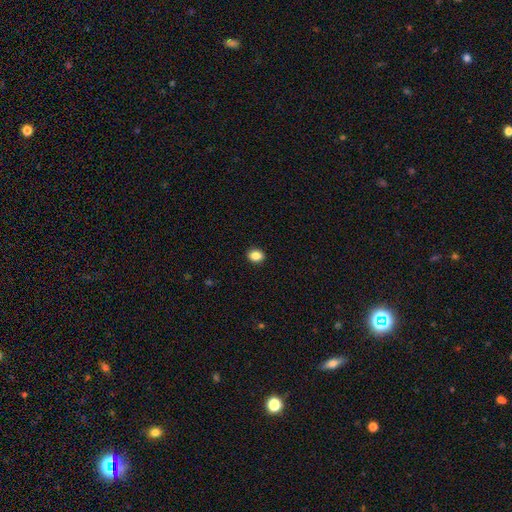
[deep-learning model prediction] Smooth or featured: smooth — 87% (star or artifact — 9%)
How rounded: in between — 58% (round — 41%)
Merging: none — 91% (minor disturbance — 6%)